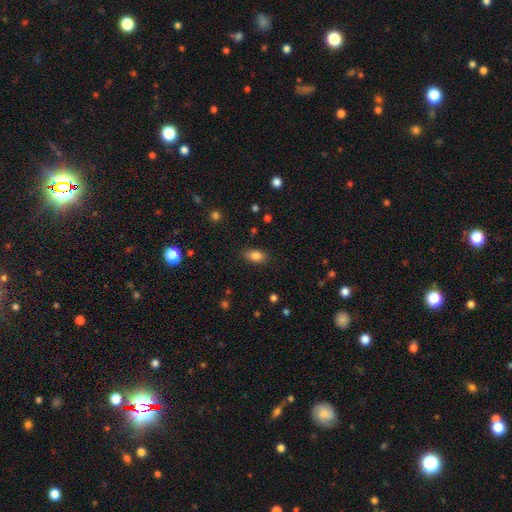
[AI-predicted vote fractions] smooth-or-featured: smooth: 84% | star or artifact: 9% | featured or disk: 7%
  how-rounded: in between: 88% | round: 8% | cigar-shaped: 5%
  merging: none: 85% | minor disturbance: 11% | major disturbance: 3% | merger: 1%